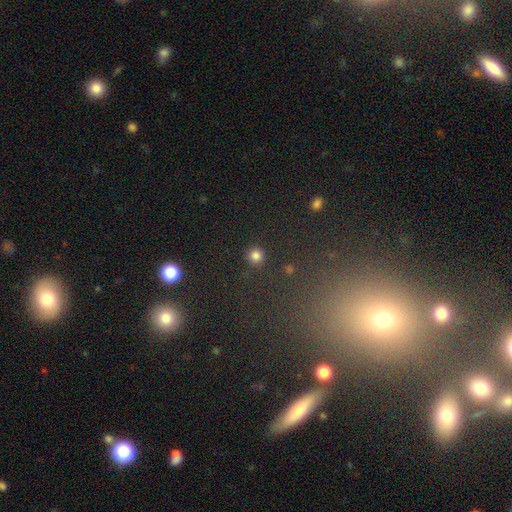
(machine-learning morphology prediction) Smooth or featured?
  - smooth: 81% *
  - star or artifact: 14%
  - featured or disk: 4%
How rounded?
  - round: 95% *
  - in between: 4%
  - cigar-shaped: 1%
Merging?
  - none: 90% *
  - minor disturbance: 6%
  - major disturbance: 2%
  - merger: 2%